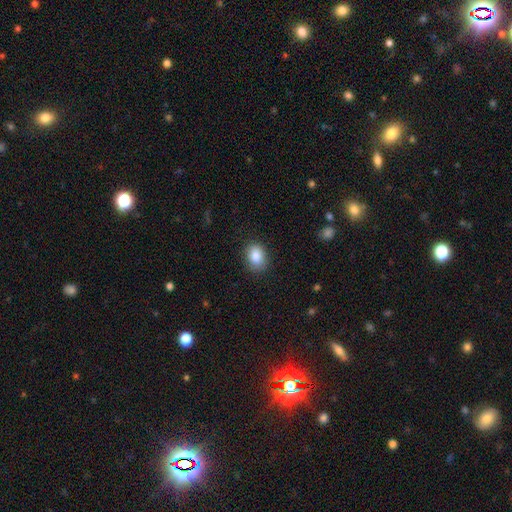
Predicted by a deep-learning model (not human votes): A smooth galaxy with no disk features (87%) that is in between round and cigar-shaped (61%). Merging: none (84%).